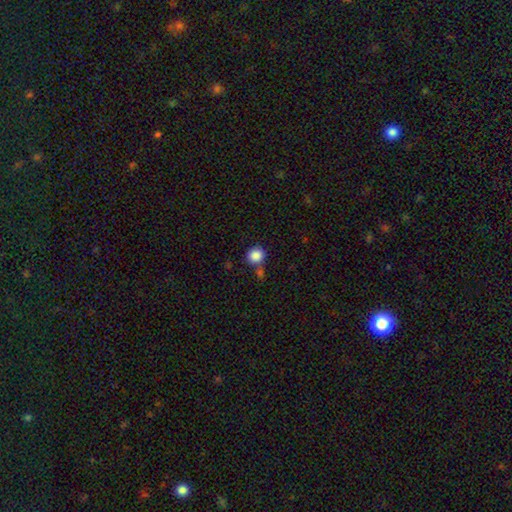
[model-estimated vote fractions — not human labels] Morphology: type=smooth (87%); roundness=round (87%); merging=none (63%).